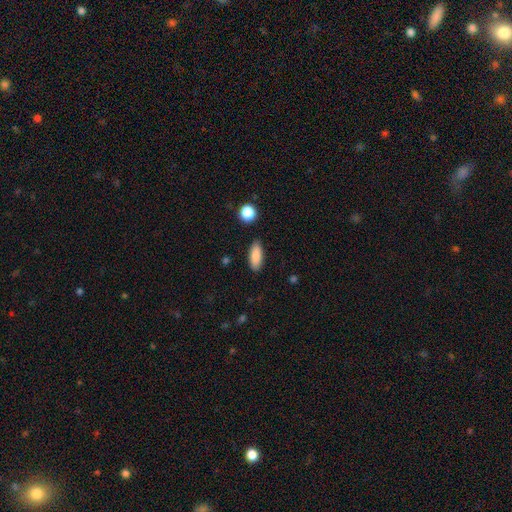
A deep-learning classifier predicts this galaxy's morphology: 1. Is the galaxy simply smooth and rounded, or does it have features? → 87% smooth, 7% star or artifact, 6% featured or disk.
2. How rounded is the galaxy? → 76% in between, 21% cigar-shaped, 2% round.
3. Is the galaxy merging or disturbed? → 86% none, 10% minor disturbance, 2% major disturbance, 2% merger.